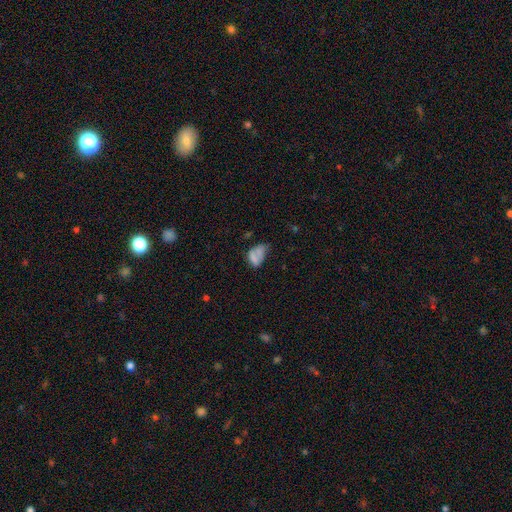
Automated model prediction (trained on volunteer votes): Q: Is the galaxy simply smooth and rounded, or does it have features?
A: smooth — 64%.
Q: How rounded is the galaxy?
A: in between — 85%.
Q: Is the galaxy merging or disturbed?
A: minor disturbance — 30%, tied with none.